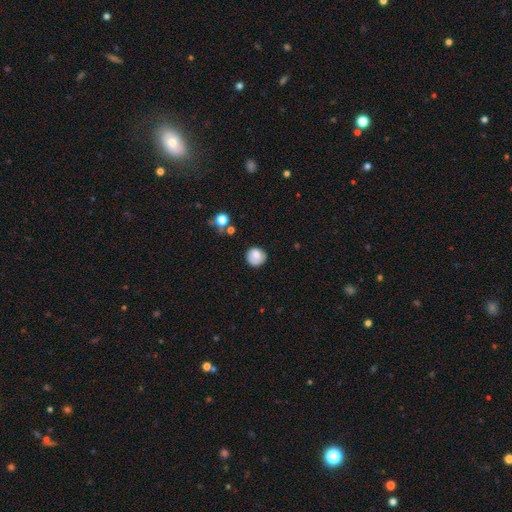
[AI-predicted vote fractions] Q: Smooth or featured?
A: smooth (81%); runner-up: featured or disk (10%)
Q: How rounded?
A: round (90%); runner-up: in between (9%)
Q: Merging?
A: none (77%); runner-up: minor disturbance (17%)